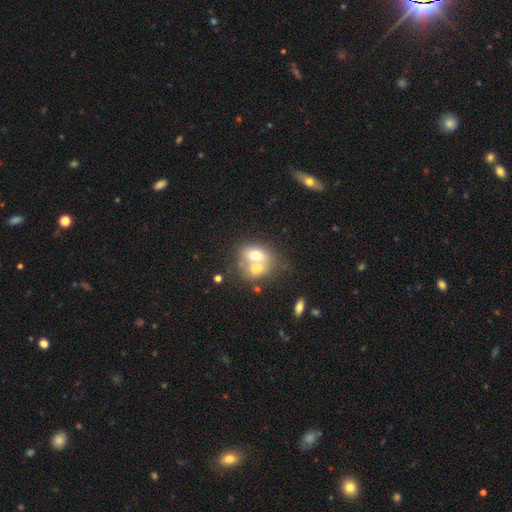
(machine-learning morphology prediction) The model was most divided on "how rounded": in between: 57%, round: 41%, cigar-shaped: 1%. More confident: merging — merger (65%); smooth or featured — smooth (64%).